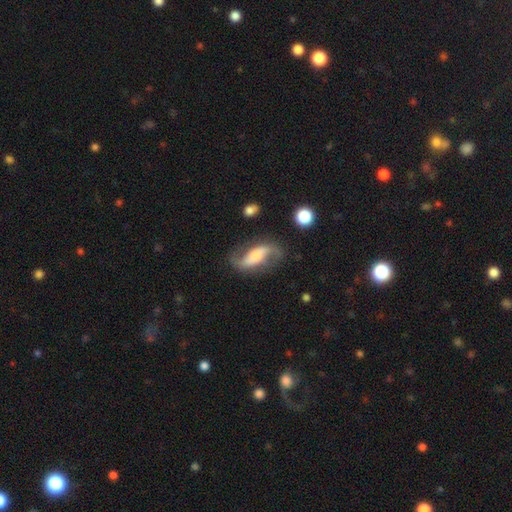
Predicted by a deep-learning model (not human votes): The model was most divided on "bar": strong: 39%, weak: 31%, no: 30%. Remaining: spiral arms — yes (94%); edge-on disk — no (93%); spiral arm count — 2 (92%); smooth or featured — featured or disk (81%); merging — none (74%); spiral winding — loose (67%); bulge size — moderate (46%).